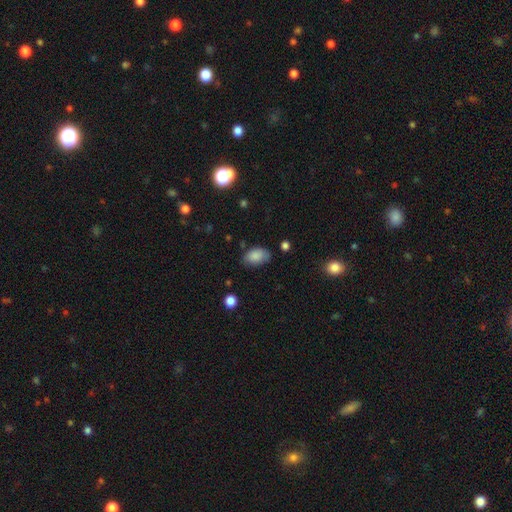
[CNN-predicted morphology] Smooth or featured? Predicted: smooth (p=0.86). How rounded? Predicted: in between (p=0.92). Merging? Predicted: none (p=0.71).